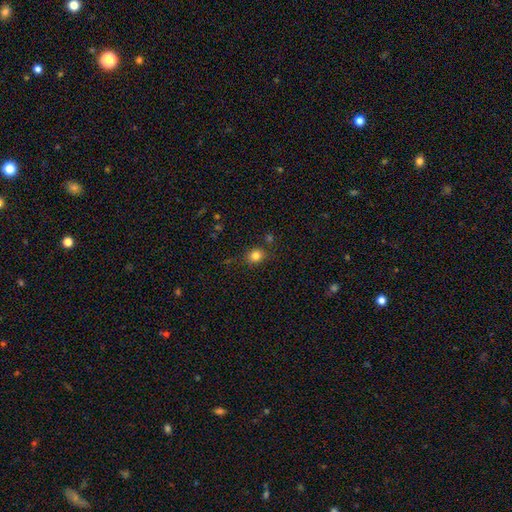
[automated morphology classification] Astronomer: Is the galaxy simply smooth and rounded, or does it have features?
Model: smooth — 82%.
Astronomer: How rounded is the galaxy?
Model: round — 71%.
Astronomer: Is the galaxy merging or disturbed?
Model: none — 80%.